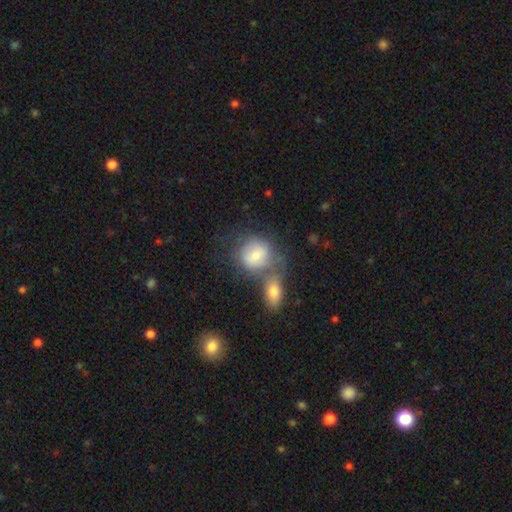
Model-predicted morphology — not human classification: Overall: smooth (69%). How rounded: round (73%). Merging: merger (43%; none 36%).